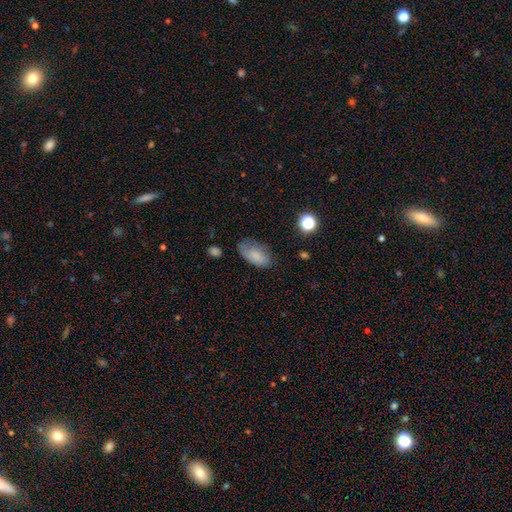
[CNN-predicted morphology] Smooth or featured: smooth — 79% (featured or disk — 12%)
How rounded: in between — 93% (round — 4%)
Merging: none — 61% (minor disturbance — 27%)